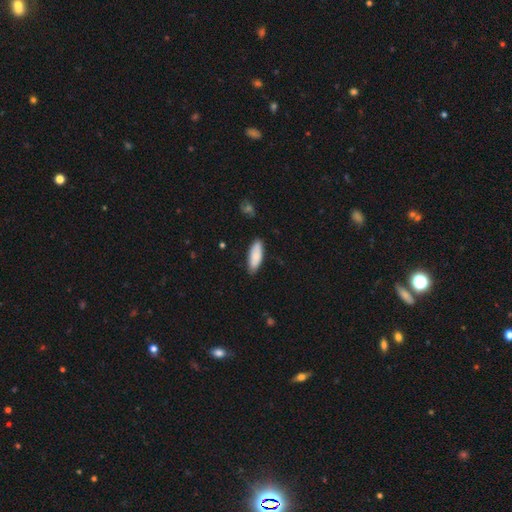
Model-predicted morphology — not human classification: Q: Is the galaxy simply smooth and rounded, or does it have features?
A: smooth — 86%.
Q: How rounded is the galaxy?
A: in between — 67%.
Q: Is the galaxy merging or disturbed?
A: none — 82%.